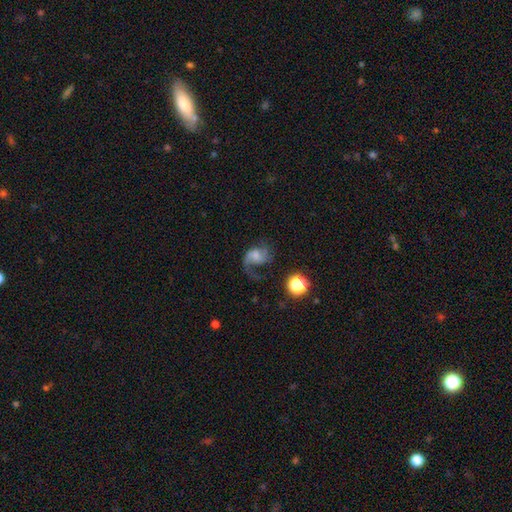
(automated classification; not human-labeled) Smooth or featured? Predicted: featured or disk (p=0.69). Edge-on disk? Predicted: no (p=0.98). Bar? Predicted: no (p=0.60). Spiral arms? Predicted: yes (p=0.91). Spiral winding? Predicted: loose (p=0.60). Spiral arm count? Predicted: 2 (p=0.50). Bulge size? Predicted: small (p=0.31). Merging? Predicted: none (p=0.40).